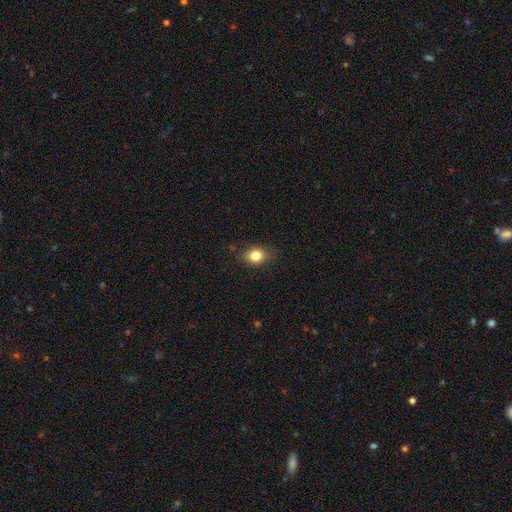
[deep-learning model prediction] A smooth galaxy with no disk features (82%) that is in between round and cigar-shaped (57%).

Vote fractions:
- Smooth or featured? smooth: 82% / star or artifact: 10% / featured or disk: 7%
- How rounded? in between: 57% / round: 42% / cigar-shaped: 1%
- Merging? none: 84% / minor disturbance: 12% / major disturbance: 3% / merger: 1%